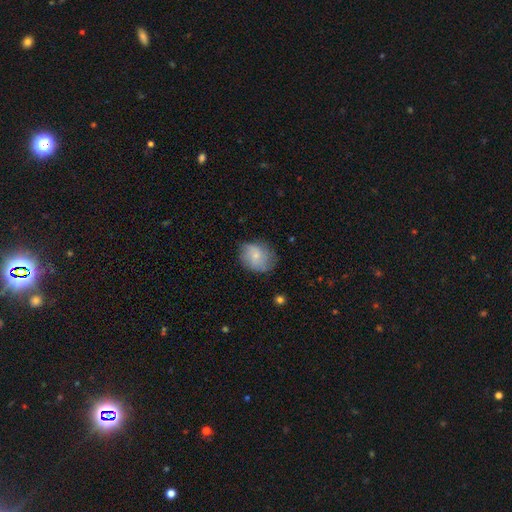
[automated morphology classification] smooth_or_featured: smooth (p=0.67) [alt: featured or disk p=0.26]
how_rounded: round (p=0.59) [alt: in between p=0.40]
merging: none (p=0.67) [alt: minor disturbance p=0.25]